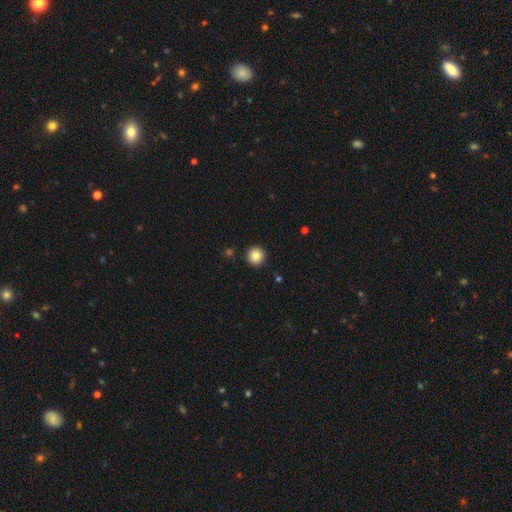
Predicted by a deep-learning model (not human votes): smooth-or-featured: smooth: 85% | star or artifact: 10% | featured or disk: 6%
  how-rounded: round: 96% | in between: 4% | cigar-shaped: 1%
  merging: none: 92% | minor disturbance: 5% | major disturbance: 2% | merger: 1%